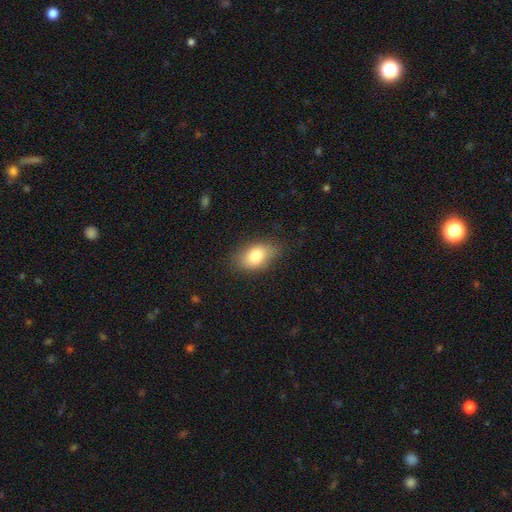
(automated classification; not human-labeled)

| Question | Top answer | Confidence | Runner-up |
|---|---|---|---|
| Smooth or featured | smooth | 80% | featured or disk (12%) |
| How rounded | in between | 86% | round (12%) |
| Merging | none | 78% | minor disturbance (17%) |